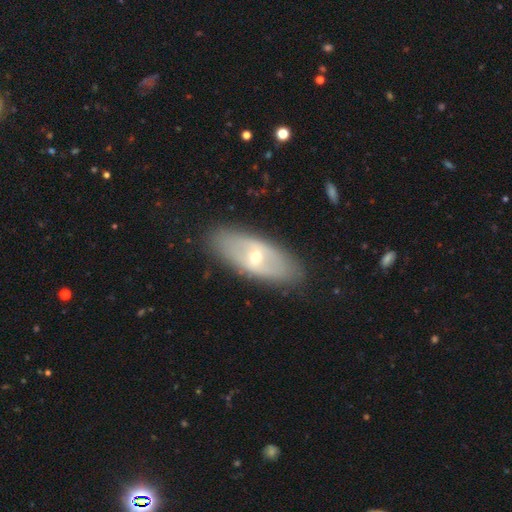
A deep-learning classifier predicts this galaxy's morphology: featured or disk 58%, smooth 36%, star or artifact 7%. Down the decision tree: edge-on disk — no (79%); merging — none (86%).